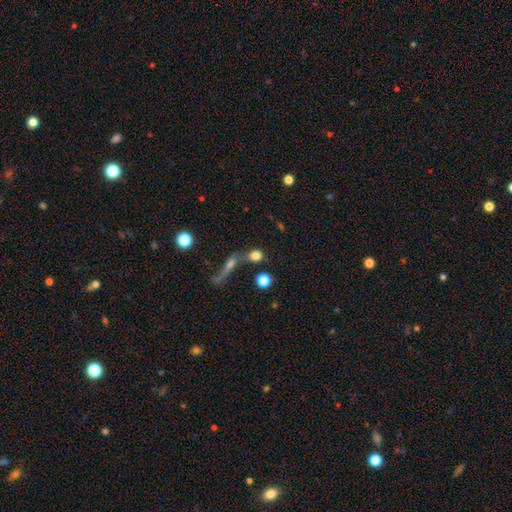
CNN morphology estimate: Q: Smooth or featured?
A: smooth (77%); runner-up: star or artifact (12%)
Q: How rounded?
A: round (69%); runner-up: in between (25%)
Q: Merging?
A: none (46%); runner-up: merger (35%)